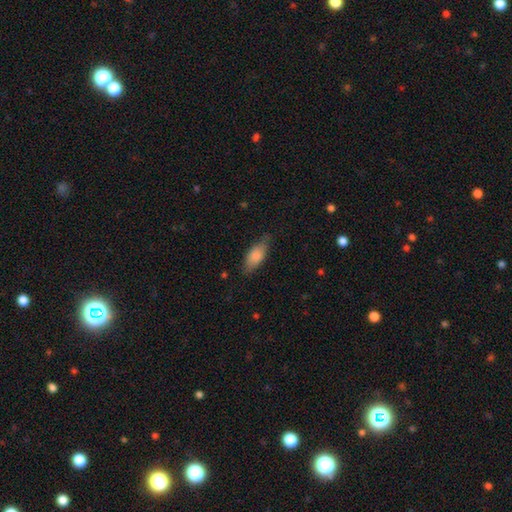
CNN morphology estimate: A smooth galaxy with no disk features (83%) that is in between round and cigar-shaped (82%). Merging: none (72%).